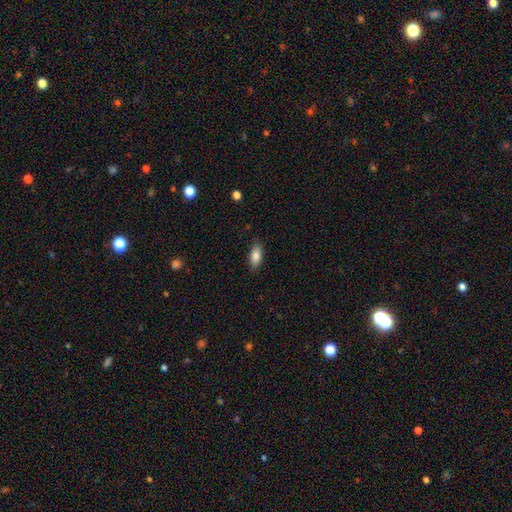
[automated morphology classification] smooth-or-featured: smooth: 84% | featured or disk: 9% | star or artifact: 7%
  how-rounded: in between: 84% | cigar-shaped: 13% | round: 3%
  merging: none: 84% | minor disturbance: 12% | major disturbance: 3% | merger: 1%